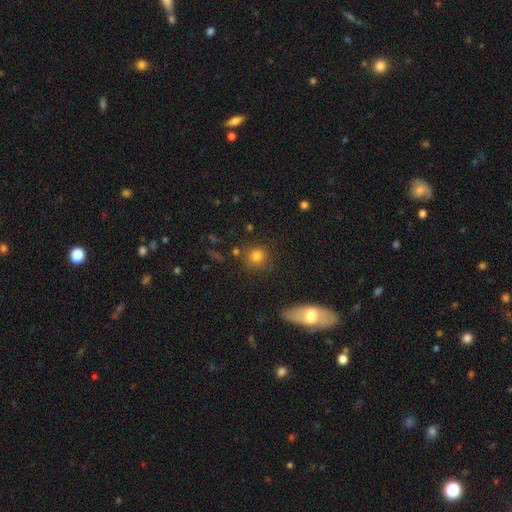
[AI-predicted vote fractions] Smooth or featured: smooth — 79% (star or artifact — 13%)
How rounded: round — 92% (in between — 7%)
Merging: none — 81% (minor disturbance — 9%)